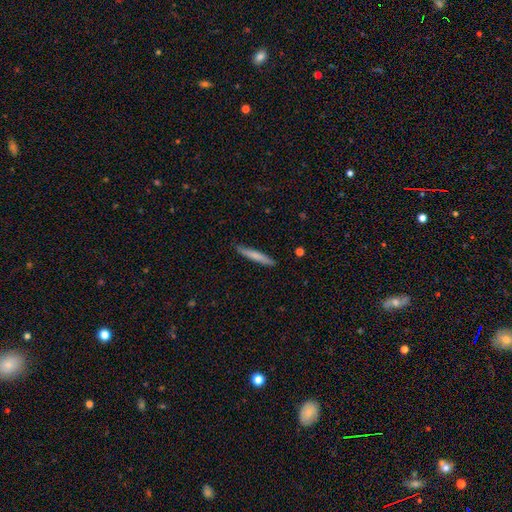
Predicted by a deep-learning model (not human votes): Morphology: type=smooth (71%); roundness=cigar-shaped (95%); merging=none (89%).